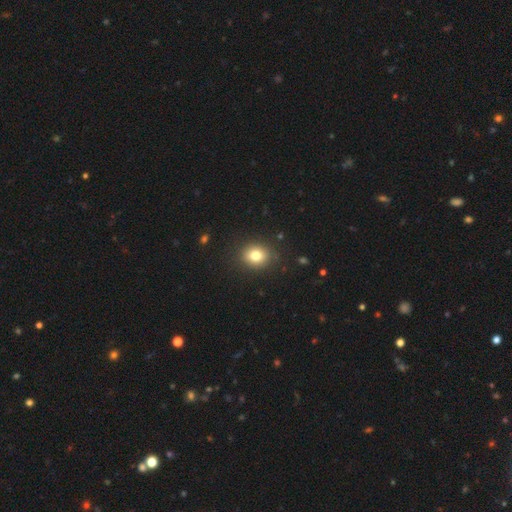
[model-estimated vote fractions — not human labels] smooth-or-featured: smooth: 80% | star or artifact: 11% | featured or disk: 10%
  how-rounded: round: 67% | in between: 32% | cigar-shaped: 1%
  merging: none: 88% | minor disturbance: 8% | major disturbance: 3% | merger: 1%